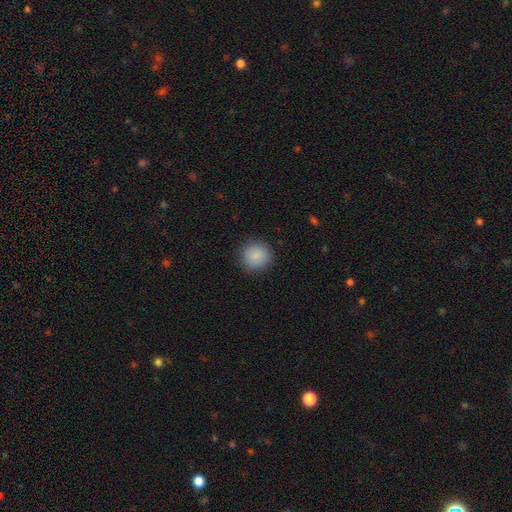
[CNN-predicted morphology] smooth_or_featured: smooth (p=0.88) [alt: star or artifact p=0.08]
how_rounded: round (p=0.92) [alt: in between p=0.07]
merging: none (p=0.89) [alt: minor disturbance p=0.08]